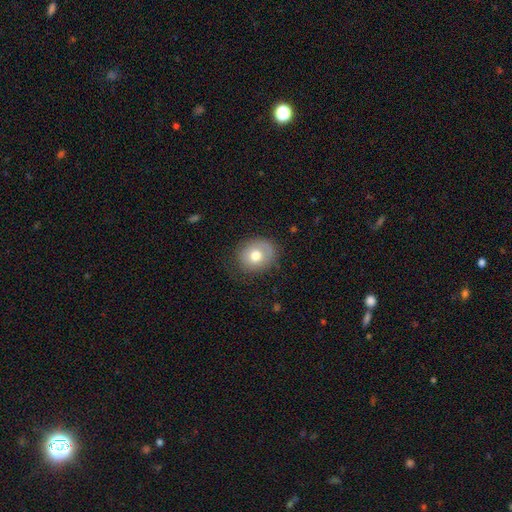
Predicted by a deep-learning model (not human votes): This appears to be a smooth galaxy with no disk features (72%) that is round (73%). Merging: none (74%).